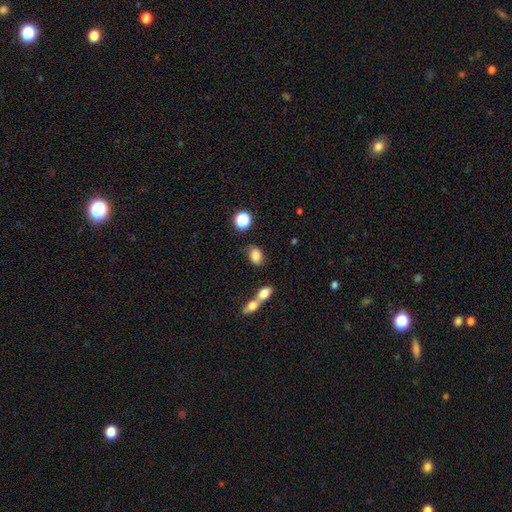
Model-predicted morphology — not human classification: Q: Smooth or featured?
A: smooth (82%); runner-up: star or artifact (11%)
Q: How rounded?
A: in between (81%); runner-up: round (17%)
Q: Merging?
A: none (64%); runner-up: minor disturbance (18%)